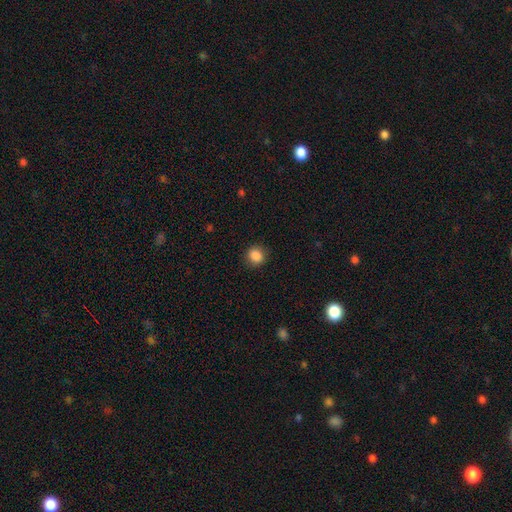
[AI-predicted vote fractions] Smooth or featured? smooth (87%)
How rounded? round (85%)
Merging? none (88%)